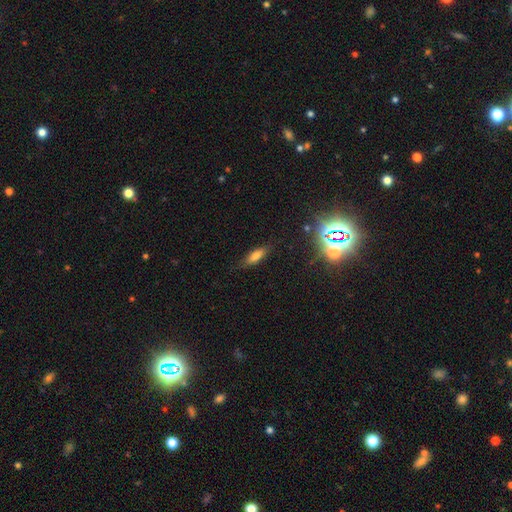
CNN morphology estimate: This is likely a smooth galaxy (70%). How rounded: possibly in between (54%). Merging: likely none (79%).